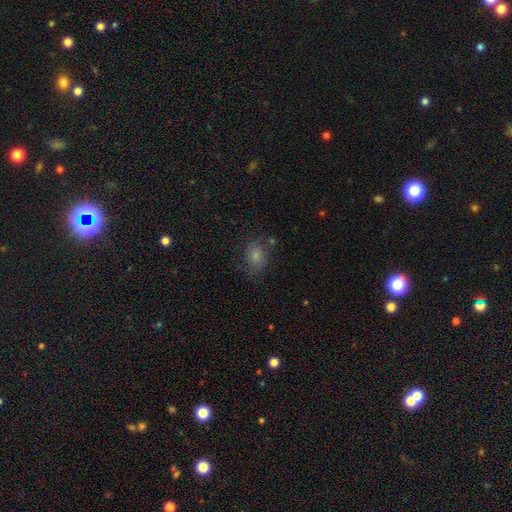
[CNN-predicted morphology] type=smooth (78%); roundness=in between (57%); merging=none (66%).